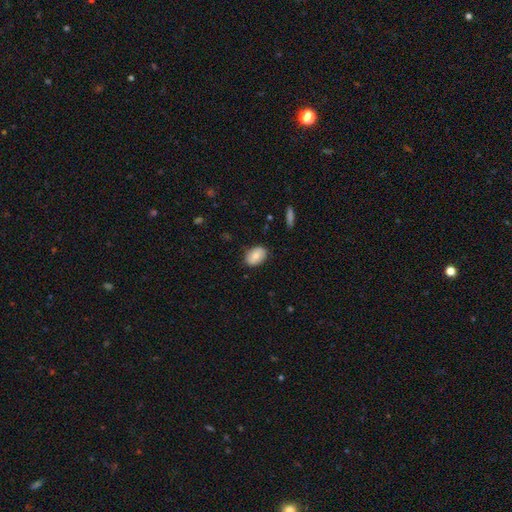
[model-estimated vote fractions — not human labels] A smooth galaxy with no disk features (73%) that is in between round and cigar-shaped (83%).

Vote fractions:
- Smooth or featured? smooth: 73% / featured or disk: 20% / star or artifact: 7%
- How rounded? in between: 83% / round: 15% / cigar-shaped: 1%
- Merging? none: 83% / minor disturbance: 13% / major disturbance: 3% / merger: 1%